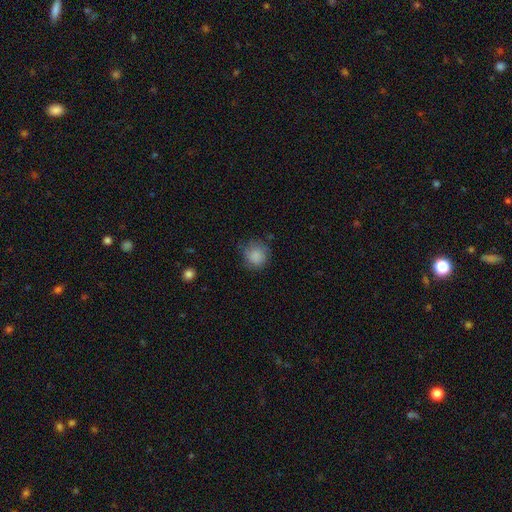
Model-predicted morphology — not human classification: smooth 86%, star or artifact 8%, featured or disk 6%. Down the decision tree: how rounded — round (90%); merging — none (75%).